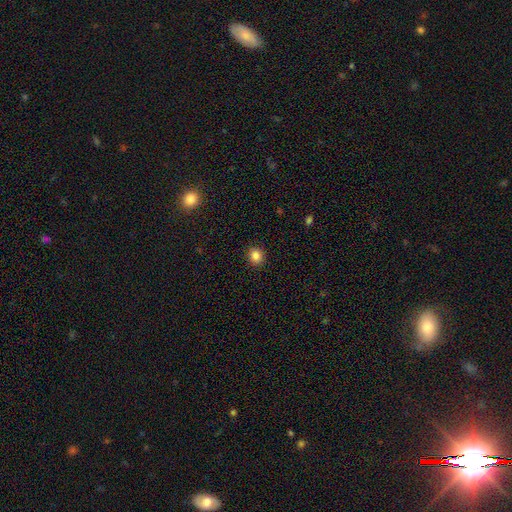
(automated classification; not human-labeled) Smooth or featured?
  - smooth: 85% *
  - star or artifact: 11%
  - featured or disk: 4%
How rounded?
  - round: 80% *
  - in between: 19%
  - cigar-shaped: 1%
Merging?
  - none: 91% *
  - minor disturbance: 6%
  - major disturbance: 2%
  - merger: 1%